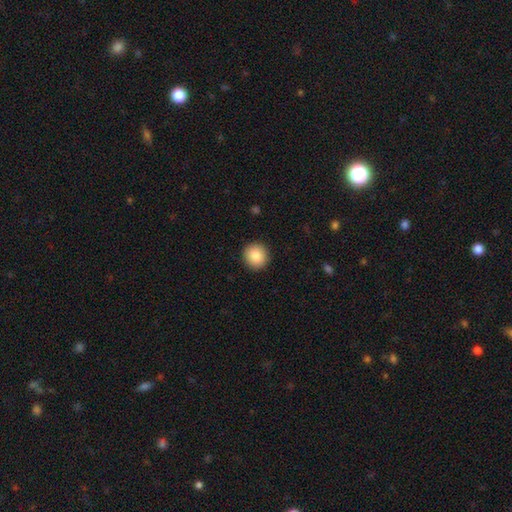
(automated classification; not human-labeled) Morphology: type=smooth (85%); roundness=round (93%); merging=none (92%).